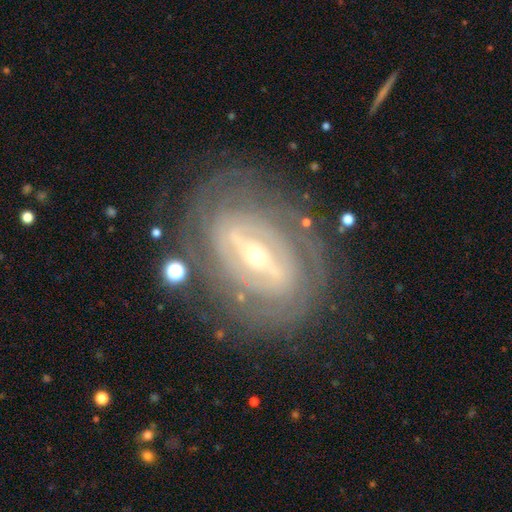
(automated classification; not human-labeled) This appears to be a featured or disk galaxy (86%) with a strong bar (62%), tight (74%) spiral arms (80%) and a small central bulge (64%). Merging: none (77%).